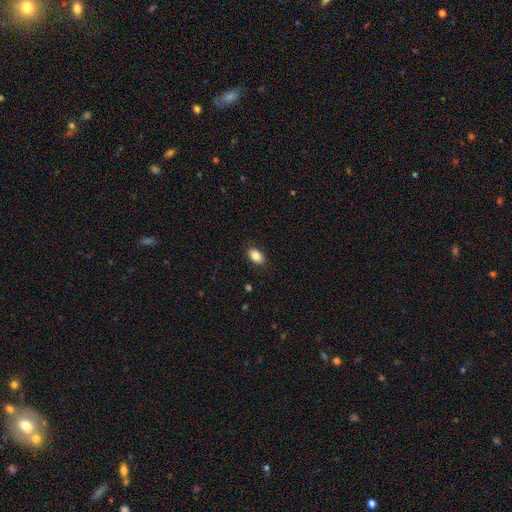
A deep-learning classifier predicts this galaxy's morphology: Smooth or featured? smooth (86%)
How rounded? in between (89%)
Merging? none (87%)